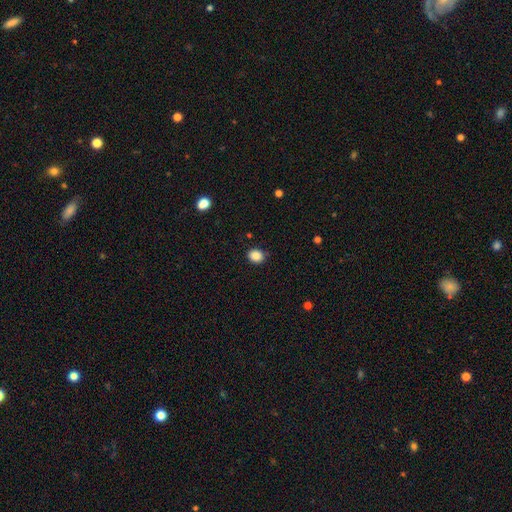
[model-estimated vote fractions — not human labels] Smooth or featured?
  - smooth: 88% *
  - star or artifact: 10%
  - featured or disk: 3%
How rounded?
  - round: 67% *
  - in between: 32%
  - cigar-shaped: 1%
Merging?
  - none: 84% *
  - minor disturbance: 12%
  - major disturbance: 3%
  - merger: 1%